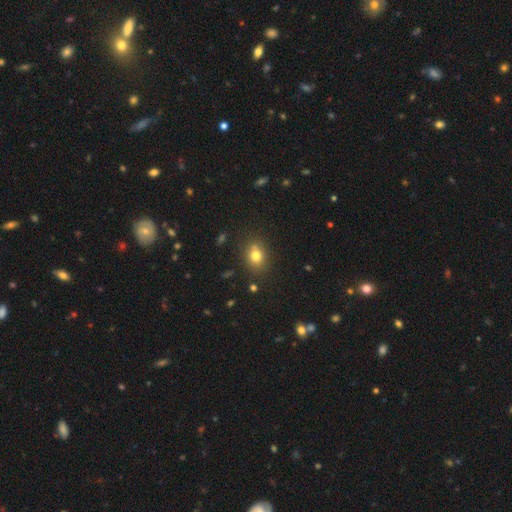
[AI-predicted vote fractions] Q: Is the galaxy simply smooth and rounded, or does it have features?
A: smooth — 76%.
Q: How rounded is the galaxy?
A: round — 53%.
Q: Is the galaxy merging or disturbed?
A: none — 79%.